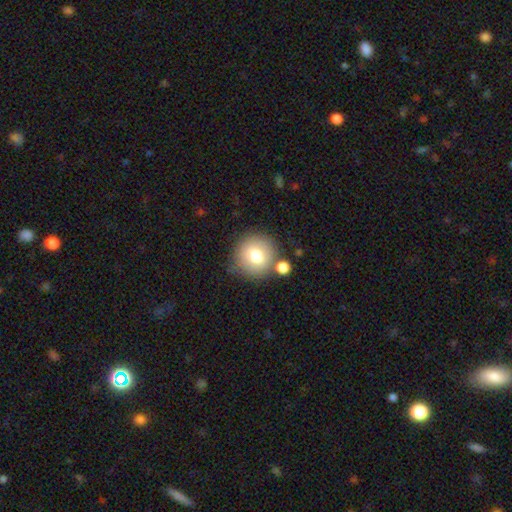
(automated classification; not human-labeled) Smooth or featured? smooth (75%)
How rounded? round (92%)
Merging? none (74%)